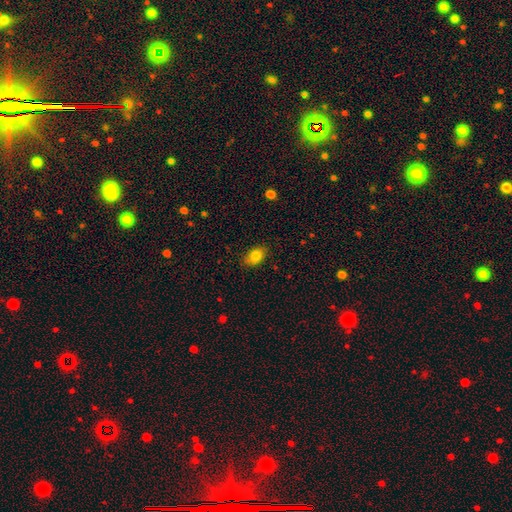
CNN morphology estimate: smooth 82%, star or artifact 9%, featured or disk 9%. Down the decision tree: how rounded — in between (82%); merging — none (81%).